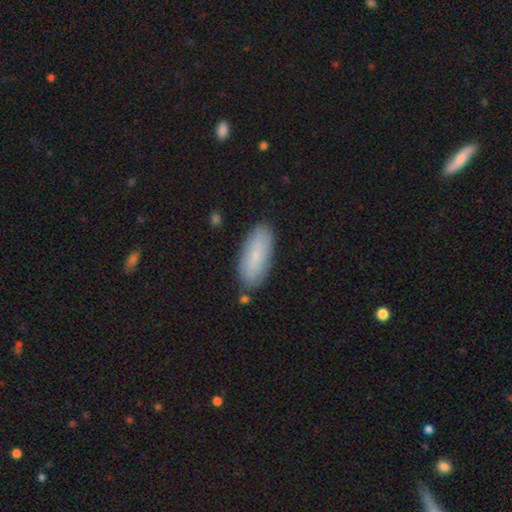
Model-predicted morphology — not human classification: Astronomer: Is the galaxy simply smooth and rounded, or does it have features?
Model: smooth — 76%.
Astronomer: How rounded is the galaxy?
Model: in between — 78%.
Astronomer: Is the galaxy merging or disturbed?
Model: none — 84%.